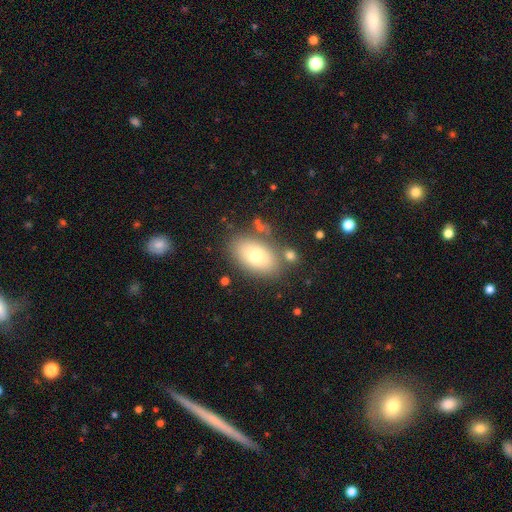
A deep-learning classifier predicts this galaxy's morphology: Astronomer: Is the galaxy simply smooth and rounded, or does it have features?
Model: smooth — 73%.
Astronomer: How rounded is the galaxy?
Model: in between — 90%.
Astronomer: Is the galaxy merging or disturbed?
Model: none — 78%.